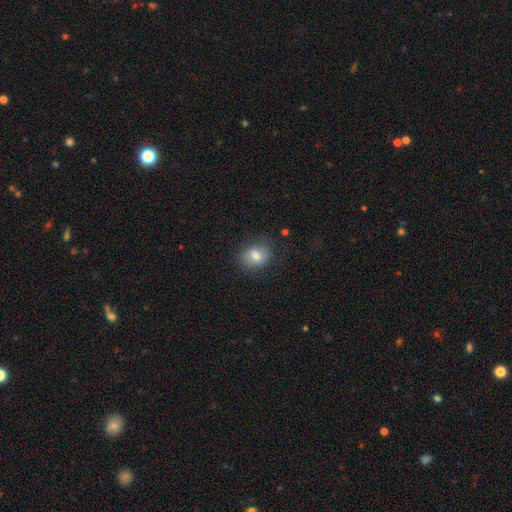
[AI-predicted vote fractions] A smooth galaxy with no disk features (78%) that is round (52%). Merging: none (80%).